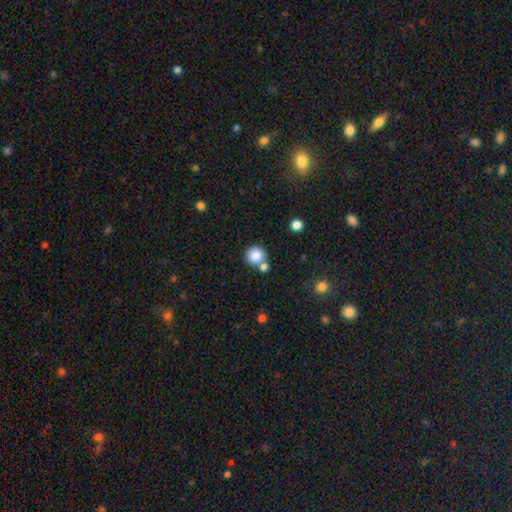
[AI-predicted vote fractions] A smooth galaxy with no disk features (82%) that is round (92%).

Vote fractions:
- Smooth or featured? smooth: 82% / star or artifact: 10% / featured or disk: 8%
- How rounded? round: 92% / in between: 7% / cigar-shaped: 1%
- Merging? none: 67% / merger: 23% / minor disturbance: 8% / major disturbance: 3%